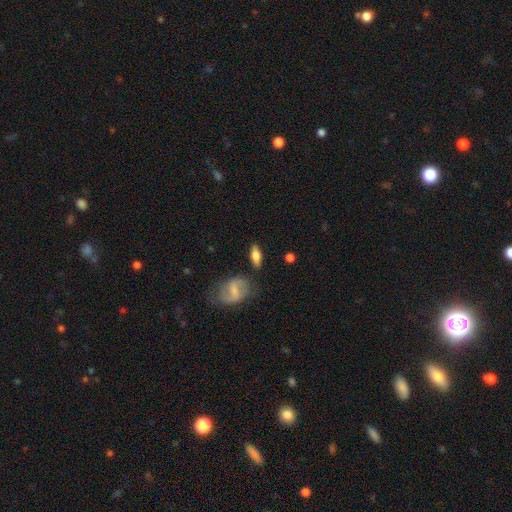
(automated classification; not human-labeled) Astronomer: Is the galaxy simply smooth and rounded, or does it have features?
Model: smooth — 62%.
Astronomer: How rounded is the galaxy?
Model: in between — 76%.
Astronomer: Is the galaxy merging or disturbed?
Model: none — 76%.